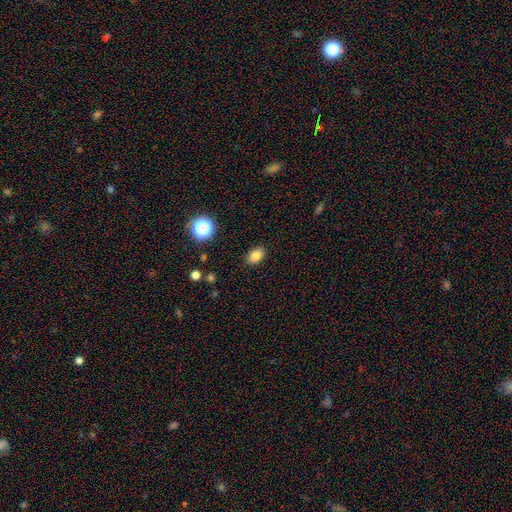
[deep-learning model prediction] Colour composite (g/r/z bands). It shows a smooth galaxy with no disk features (83%) that is in between round and cigar-shaped (84%). Merging: none (88%).